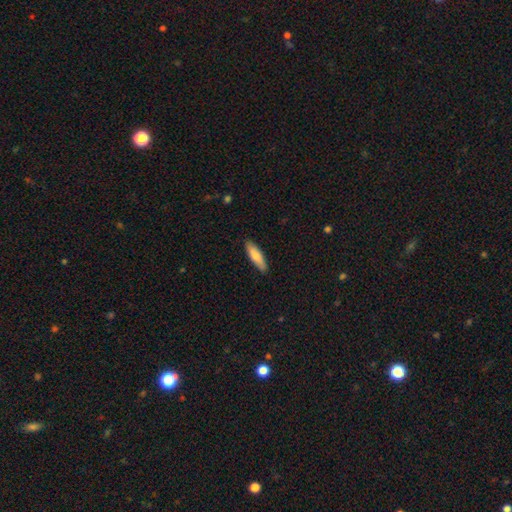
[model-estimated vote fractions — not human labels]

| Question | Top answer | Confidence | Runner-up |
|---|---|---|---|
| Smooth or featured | smooth | 79% | featured or disk (16%) |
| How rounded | cigar-shaped | 61% | in between (37%) |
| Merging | none | 87% | minor disturbance (10%) |